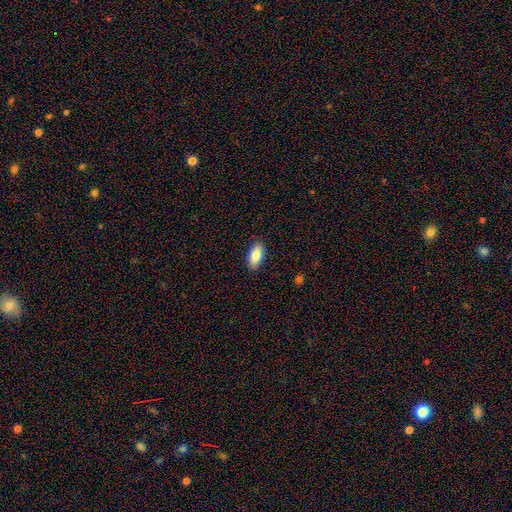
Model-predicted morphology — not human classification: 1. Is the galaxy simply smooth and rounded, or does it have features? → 83% smooth, 10% featured or disk, 6% star or artifact.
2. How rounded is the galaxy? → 89% in between, 9% cigar-shaped, 2% round.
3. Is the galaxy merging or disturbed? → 89% none, 8% minor disturbance, 2% major disturbance, 1% merger.